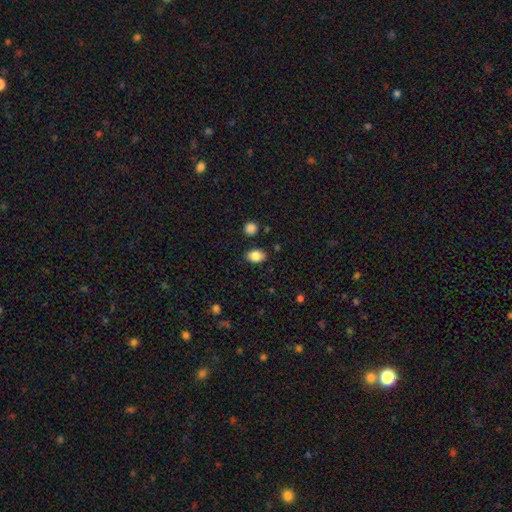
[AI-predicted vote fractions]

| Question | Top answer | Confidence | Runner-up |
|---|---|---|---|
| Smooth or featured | smooth | 86% | star or artifact (8%) |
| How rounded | in between | 76% | round (23%) |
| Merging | none | 84% | minor disturbance (10%) |